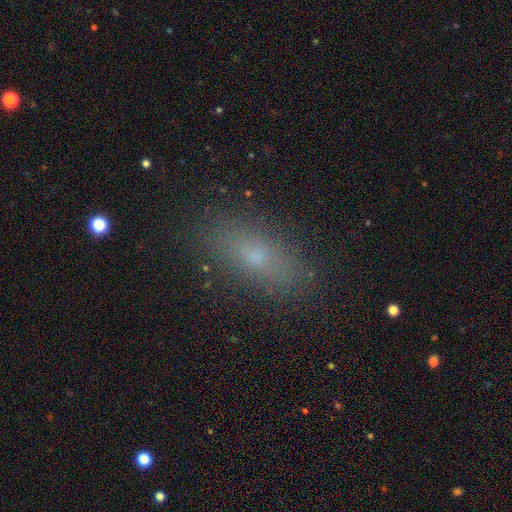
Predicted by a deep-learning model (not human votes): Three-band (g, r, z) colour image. It shows a smooth galaxy with no disk features (67%) that is in between round and cigar-shaped (73%). Merging: none (86%).